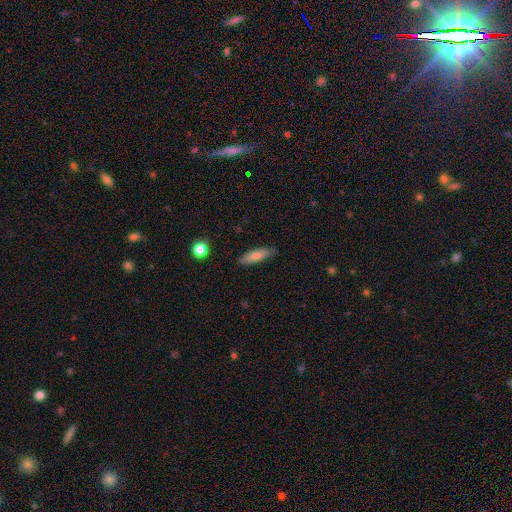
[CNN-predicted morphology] smooth 77%, featured or disk 16%, star or artifact 7%. Down the decision tree: how rounded — cigar-shaped (58%); merging — none (83%).